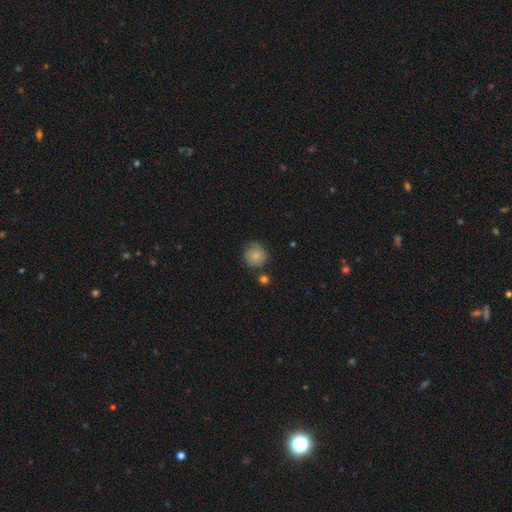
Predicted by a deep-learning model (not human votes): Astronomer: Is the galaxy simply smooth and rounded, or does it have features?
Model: smooth — 82%.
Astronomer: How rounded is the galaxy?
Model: round — 90%.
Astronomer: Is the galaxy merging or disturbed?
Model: none — 73%.